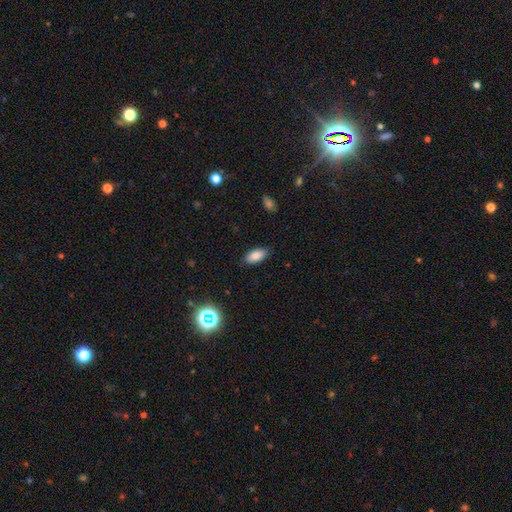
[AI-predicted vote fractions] smooth 85%, star or artifact 9%, featured or disk 6%. Down the decision tree: how rounded — in between (90%); merging — none (86%).